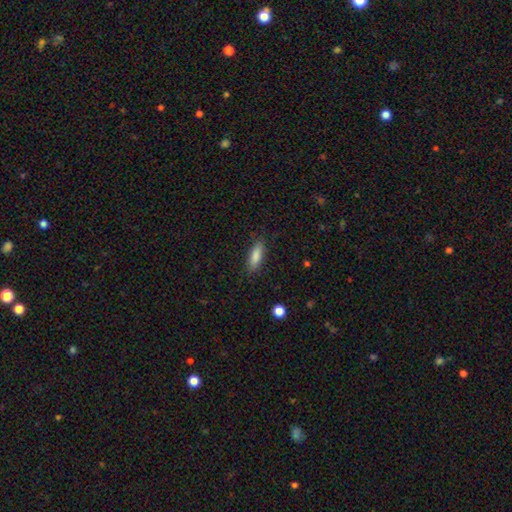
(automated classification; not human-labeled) The model was most divided on "how rounded": in between: 51%, cigar-shaped: 47%, round: 2%. More confident: merging — none (86%); smooth or featured — smooth (84%).